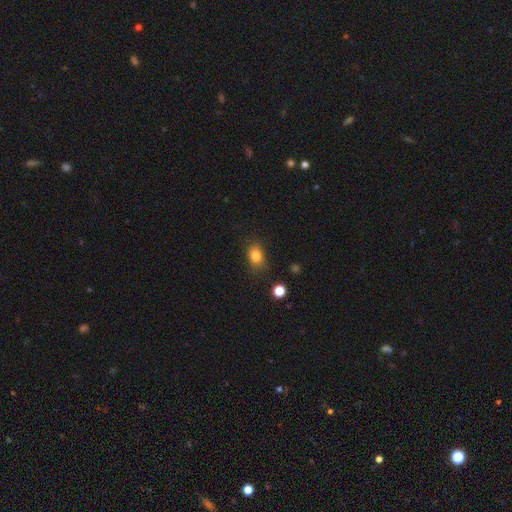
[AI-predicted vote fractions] This is clearly a smooth galaxy (82%). How rounded: likely in between (66%). Merging: clearly none (80%).